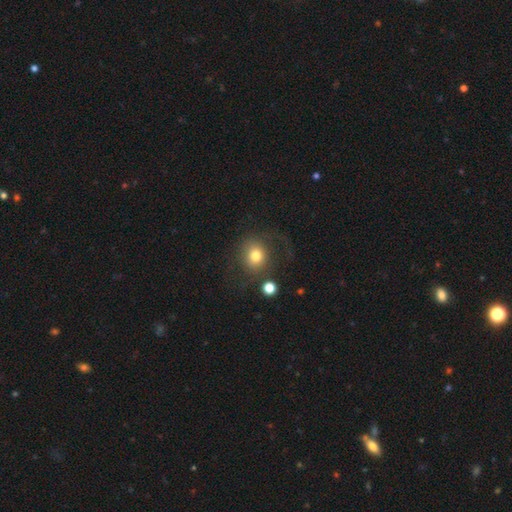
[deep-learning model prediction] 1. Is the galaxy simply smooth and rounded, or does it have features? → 73% smooth, 15% featured or disk, 11% star or artifact.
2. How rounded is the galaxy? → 79% round, 20% in between, 1% cigar-shaped.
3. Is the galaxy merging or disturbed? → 62% none, 18% major disturbance, 15% minor disturbance, 6% merger.